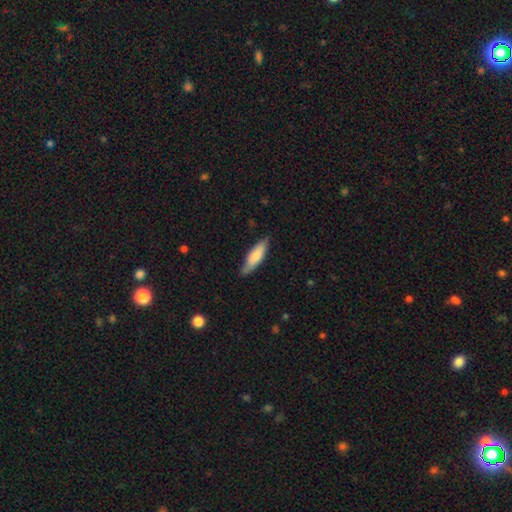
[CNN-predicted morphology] Smooth or featured? smooth (77%)
How rounded? cigar-shaped (53%)
Merging? none (78%)